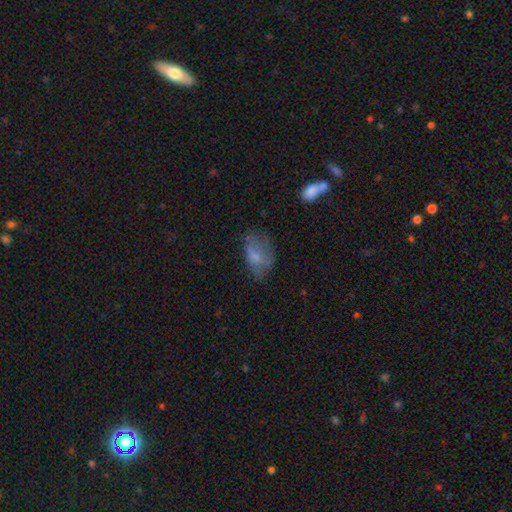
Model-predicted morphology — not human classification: A smooth galaxy with no disk features (65%) that is in between round and cigar-shaped (89%).

Vote fractions:
- Smooth or featured? smooth: 65% / featured or disk: 25% / star or artifact: 10%
- How rounded? in between: 89% / round: 8% / cigar-shaped: 3%
- Merging? none: 44% / minor disturbance: 30% / major disturbance: 23% / merger: 3%